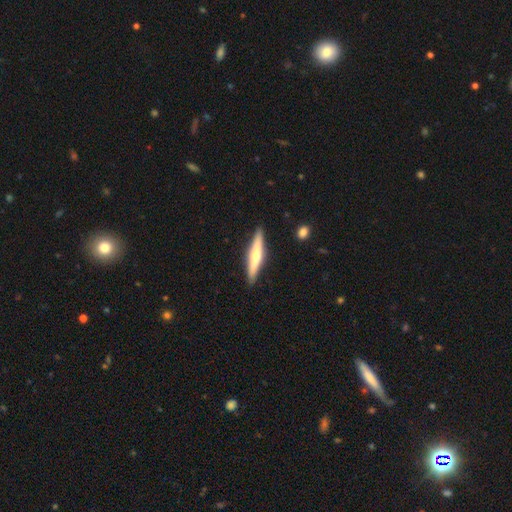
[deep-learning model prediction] smooth-or-featured: featured or disk: 54% | smooth: 41% | star or artifact: 5%
  disk-edge-on: yes: 96% | no: 4%
    edge-on-bulge: rounded: 81% | none: 12% | boxy: 7%
  merging: none: 89% | minor disturbance: 8% | major disturbance: 2% | merger: 1%